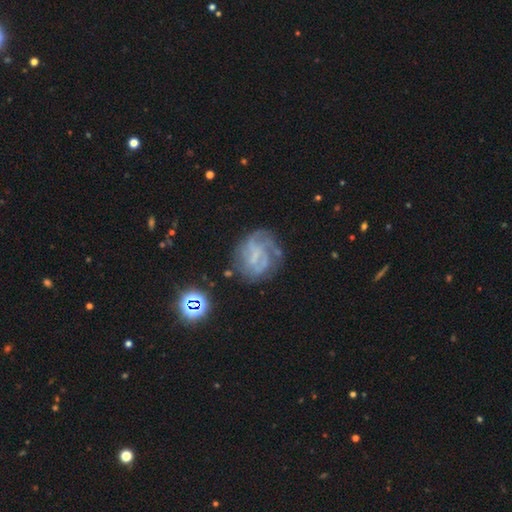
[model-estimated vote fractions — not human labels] Morphology: type=featured or disk (68%); edge-on=no (98%); bar=no (52%); spiral arms=yes (75%); winding=tight (44%); arm count=can't tell (44%); bulge=none (61%); merging=none (57%).